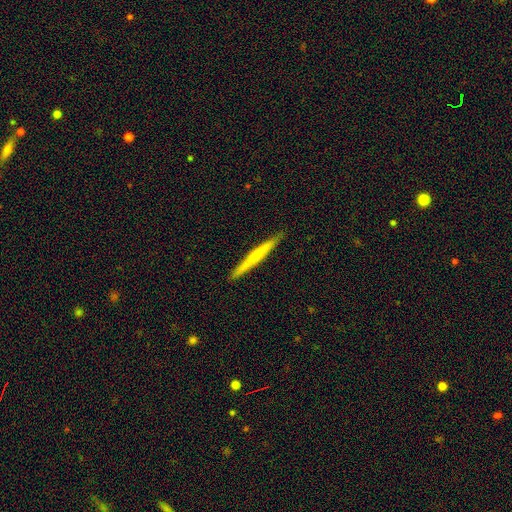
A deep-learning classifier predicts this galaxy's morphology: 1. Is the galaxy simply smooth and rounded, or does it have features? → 51% smooth, 44% featured or disk, 5% star or artifact.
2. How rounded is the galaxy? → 97% cigar-shaped, 2% in between, 1% round.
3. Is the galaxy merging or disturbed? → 92% none, 6% minor disturbance, 1% major disturbance, 1% merger.